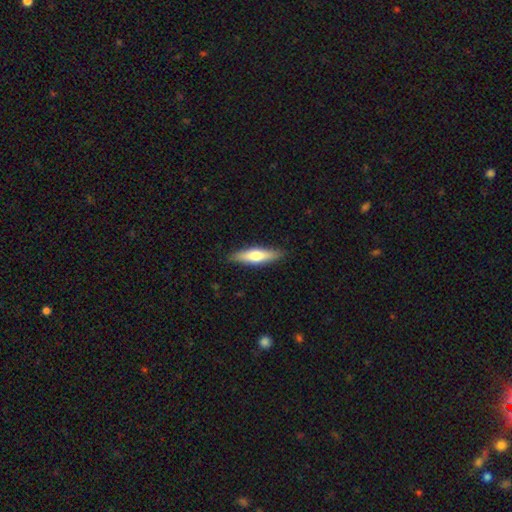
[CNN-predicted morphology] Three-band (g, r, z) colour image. It shows a smooth galaxy with no disk features (58%) that is cigar-shaped (67%). Merging: none (88%).